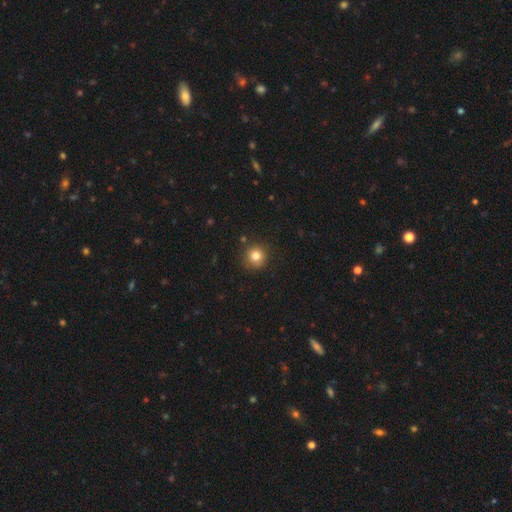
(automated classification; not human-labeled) smooth 81%, star or artifact 12%, featured or disk 7%. Down the decision tree: how rounded — round (94%); merging — none (86%).